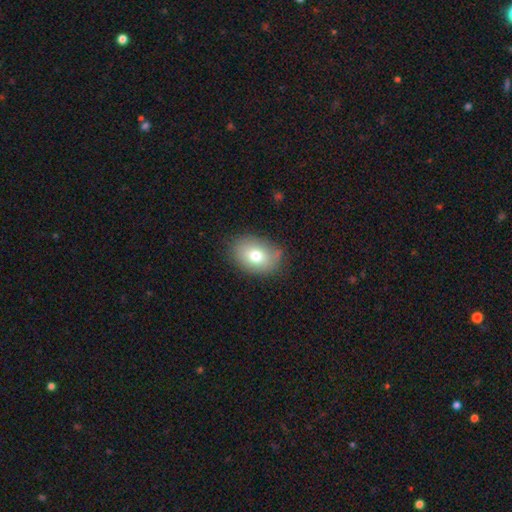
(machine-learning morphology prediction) Smooth or featured? Predicted: smooth (p=0.75). How rounded? Predicted: in between (p=0.75). Merging? Predicted: none (p=0.76).